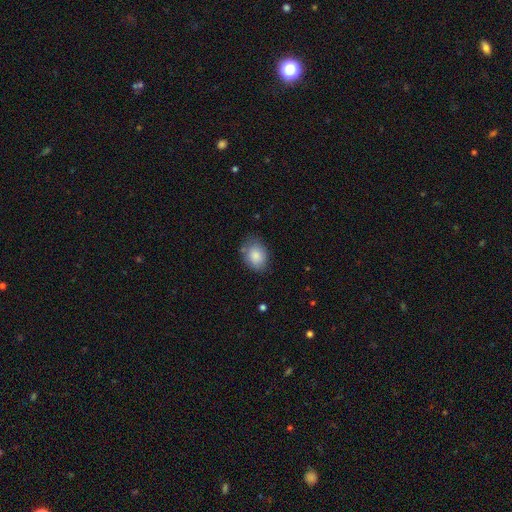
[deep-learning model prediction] A smooth galaxy with no disk features (84%) that is in between round and cigar-shaped (68%).

Vote fractions:
- Smooth or featured? smooth: 84% / featured or disk: 8% / star or artifact: 7%
- How rounded? in between: 68% / round: 31% / cigar-shaped: 1%
- Merging? none: 69% / minor disturbance: 23% / major disturbance: 5% / merger: 3%